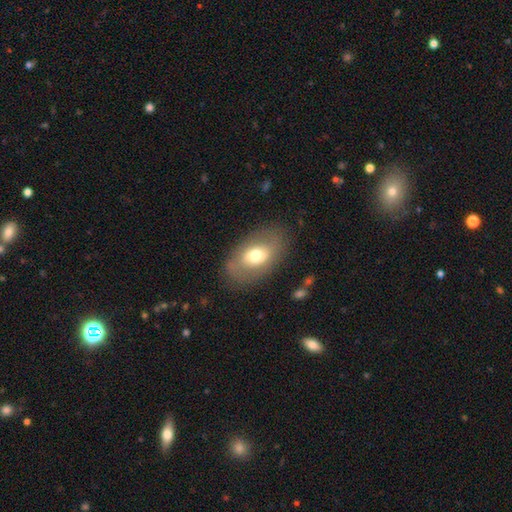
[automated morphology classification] Smooth or featured? Predicted: smooth (p=0.61). How rounded? Predicted: in between (p=0.88). Merging? Predicted: none (p=0.80).